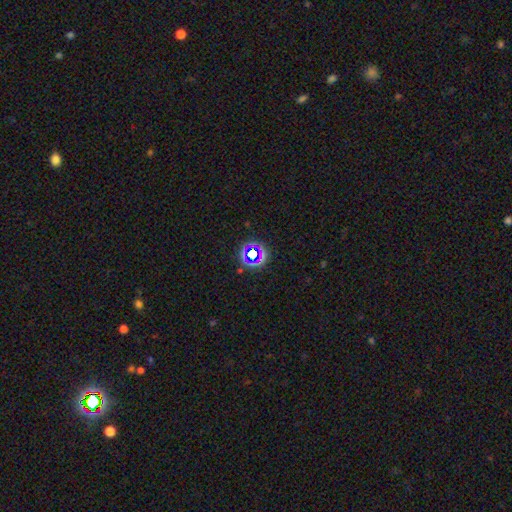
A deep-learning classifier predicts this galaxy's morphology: smooth-or-featured: star or artifact: 64% | smooth: 24% | featured or disk: 12%